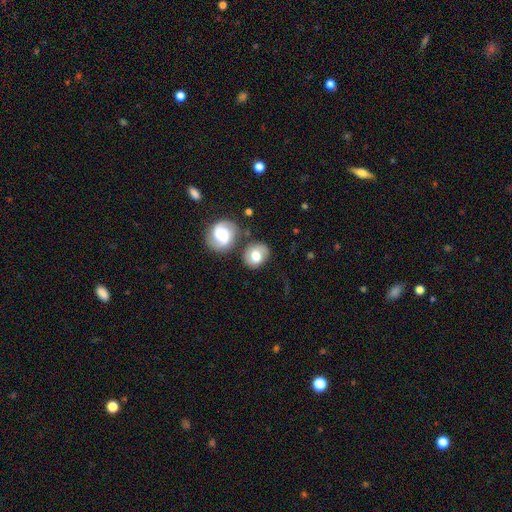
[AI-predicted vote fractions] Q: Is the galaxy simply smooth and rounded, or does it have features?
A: smooth — 59%.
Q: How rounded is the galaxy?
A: round — 58%.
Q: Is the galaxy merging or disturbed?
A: none — 64%.